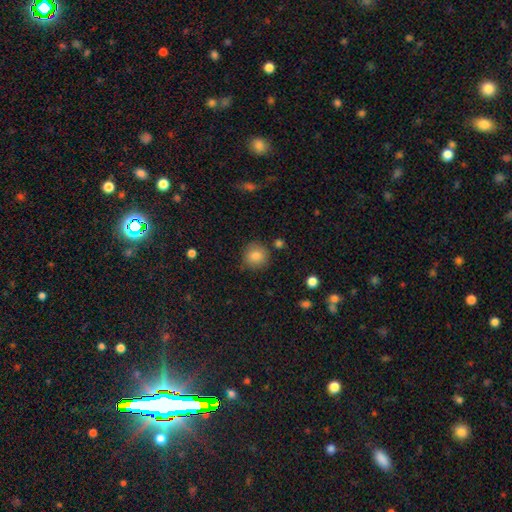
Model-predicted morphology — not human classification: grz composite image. It shows a smooth galaxy with no disk features (84%) that is round (91%). Merging: none (85%).